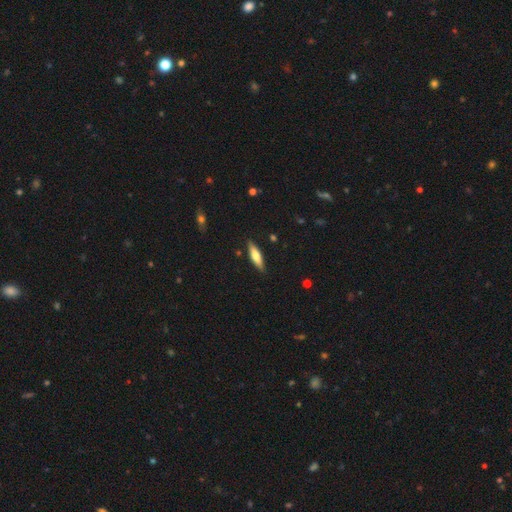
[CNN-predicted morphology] A smooth galaxy with no disk features (62%) that is cigar-shaped (63%).

Vote fractions:
- Smooth or featured? smooth: 62% / featured or disk: 32% / star or artifact: 6%
- How rounded? cigar-shaped: 63% / in between: 36% / round: 2%
- Merging? none: 86% / minor disturbance: 10% / major disturbance: 2% / merger: 1%